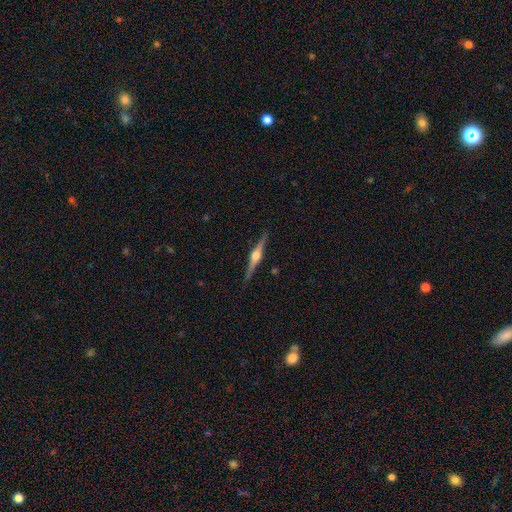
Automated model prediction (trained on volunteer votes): Morphology: type=featured or disk (83%); edge-on=yes (98%); edge-on bulge=rounded (95%); merging=none (90%).